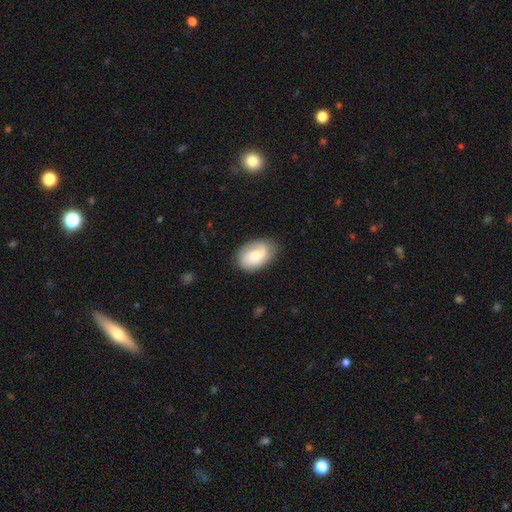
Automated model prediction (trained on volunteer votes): This is possibly a featured or disk galaxy (49%). Merging: likely none (77%).